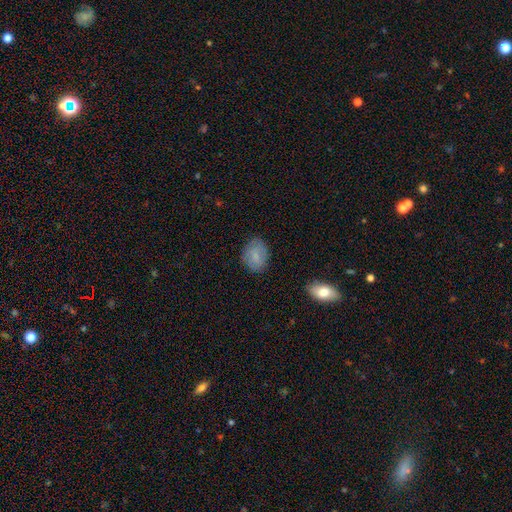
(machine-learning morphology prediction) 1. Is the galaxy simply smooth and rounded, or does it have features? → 76% smooth, 16% featured or disk, 7% star or artifact.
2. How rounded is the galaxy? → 63% in between, 36% round, 1% cigar-shaped.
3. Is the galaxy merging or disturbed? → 79% none, 16% minor disturbance, 3% major disturbance, 1% merger.